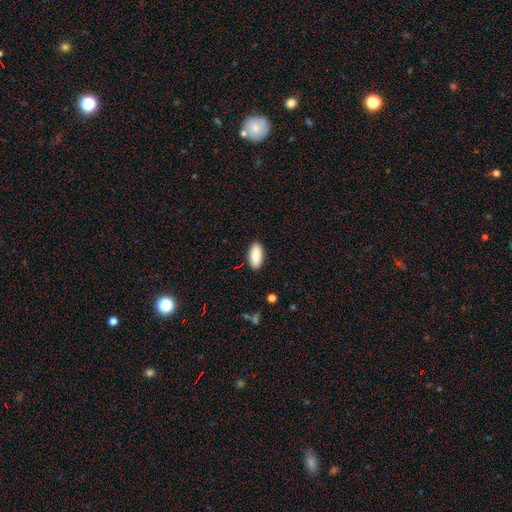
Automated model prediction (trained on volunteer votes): smooth 88%, star or artifact 6%, featured or disk 6%. Down the decision tree: how rounded — in between (89%); merging — none (89%).